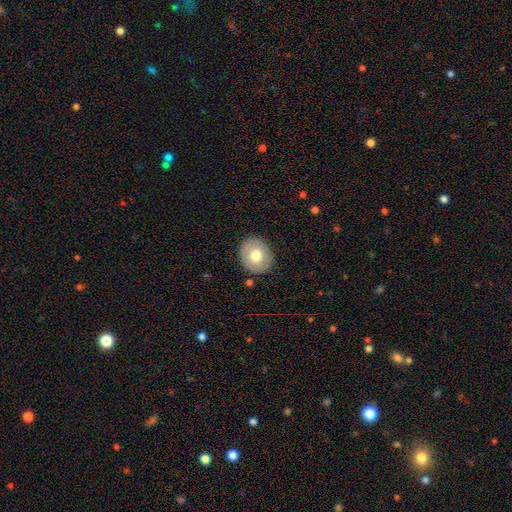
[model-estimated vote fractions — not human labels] smooth-or-featured: smooth: 68% | featured or disk: 25% | star or artifact: 7%
  how-rounded: round: 69% | in between: 30% | cigar-shaped: 1%
  merging: none: 87% | minor disturbance: 8% | major disturbance: 2% | merger: 2%